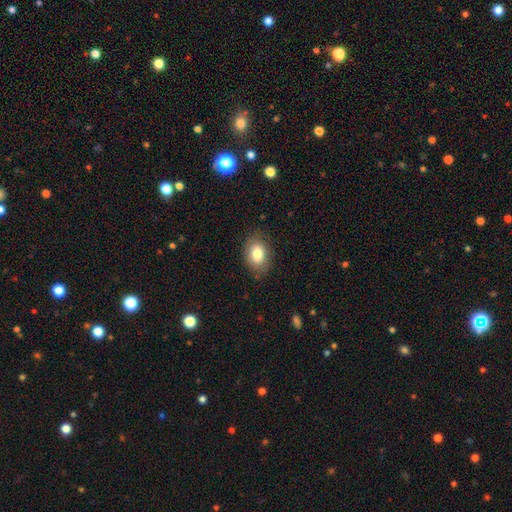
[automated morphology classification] A smooth galaxy with no disk features (77%) that is in between round and cigar-shaped (75%). Merging: none (86%).